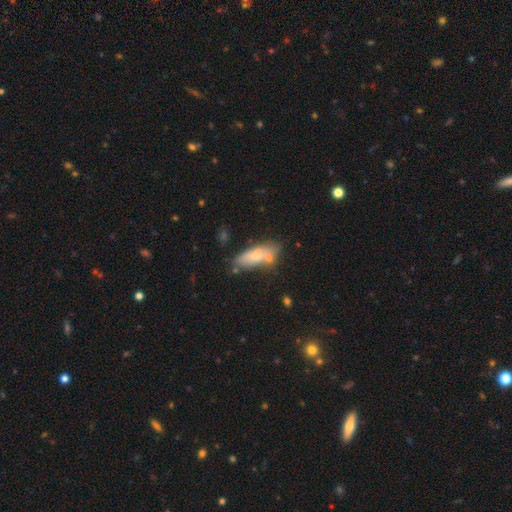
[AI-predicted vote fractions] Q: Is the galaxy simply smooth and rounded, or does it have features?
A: smooth — 64%.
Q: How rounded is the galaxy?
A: in between — 67%.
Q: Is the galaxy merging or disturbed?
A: none — 44%.